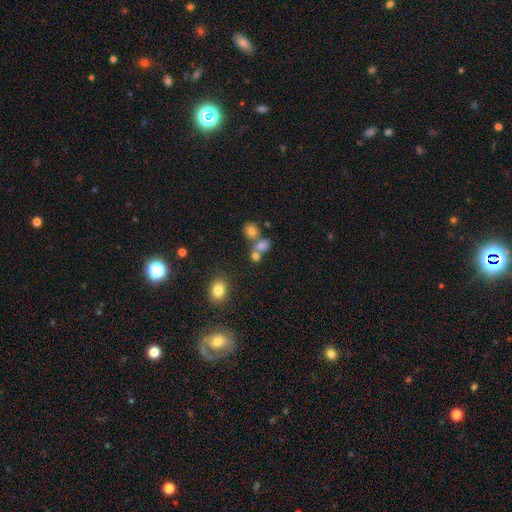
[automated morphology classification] Smooth or featured? smooth (73%)
How rounded? round (65%)
Merging? none (46%)